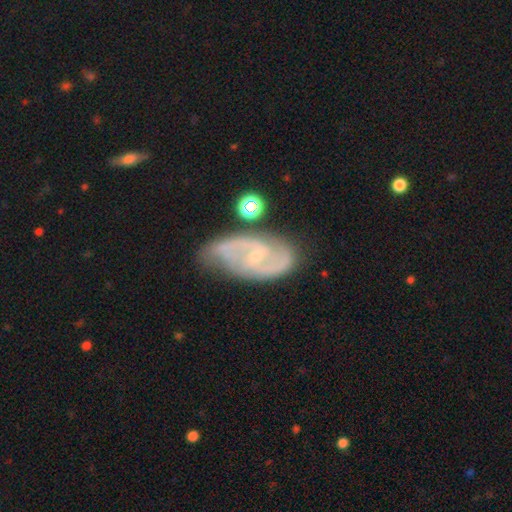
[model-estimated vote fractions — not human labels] Overall: featured or disk (85%). Edge-on disk: no (96%). Bar: weak (45%; no 42%). Spiral arms: yes (96%). Spiral arm count: 2 (79%). Spiral winding: medium (51%; tight 33%). Bulge size: small (79%). Merging: none (64%).